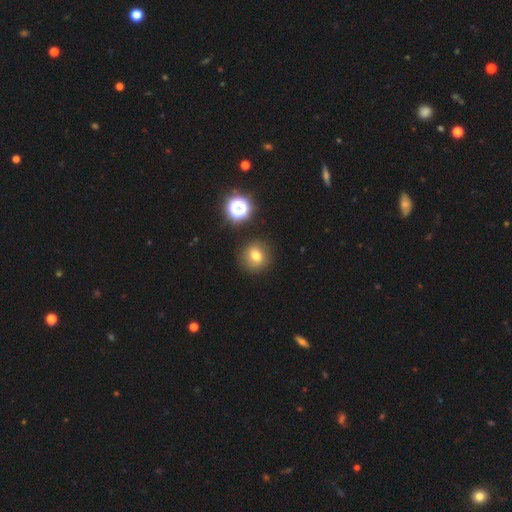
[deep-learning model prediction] This is likely a smooth galaxy (71%). How rounded: clearly round (88%). Merging: clearly none (86%).